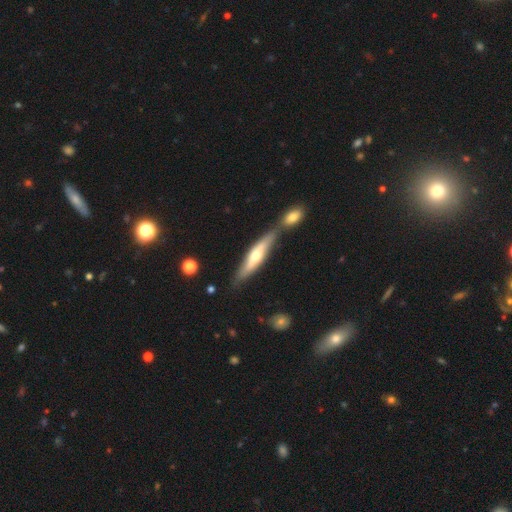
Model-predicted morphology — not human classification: This appears to be a featured or disk galaxy (53%) viewed edge-on (84%). Merging: none (56%).